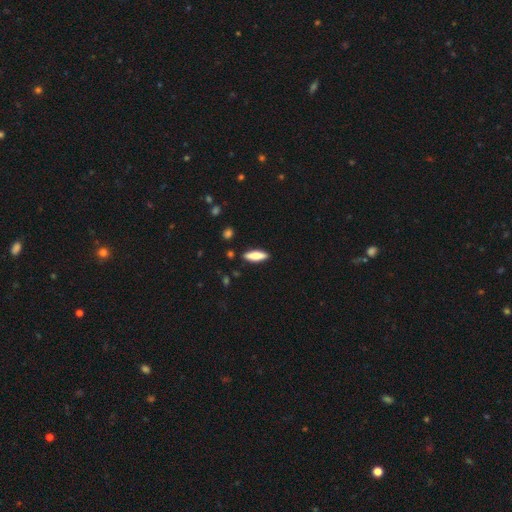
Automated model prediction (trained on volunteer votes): Morphology: type=smooth (75%); roundness=cigar-shaped (55%); merging=none (87%).